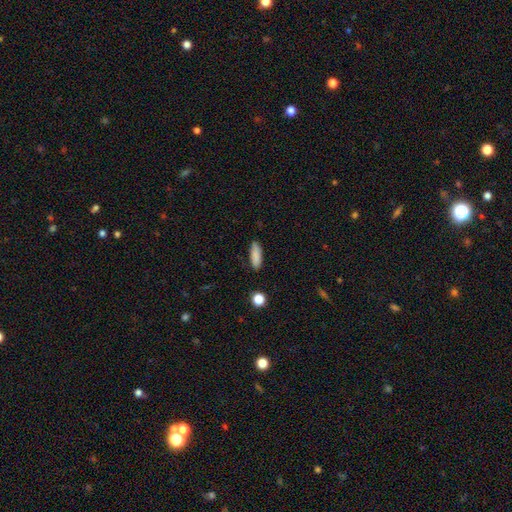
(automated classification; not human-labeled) This appears to be a smooth galaxy with no disk features (87%) that is in between round and cigar-shaped (55%). Merging: none (86%).